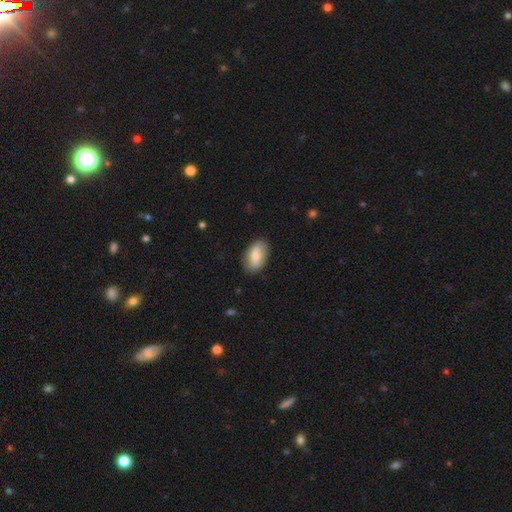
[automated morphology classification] Overall: smooth (76%). How rounded: in between (93%). Merging: none (84%).